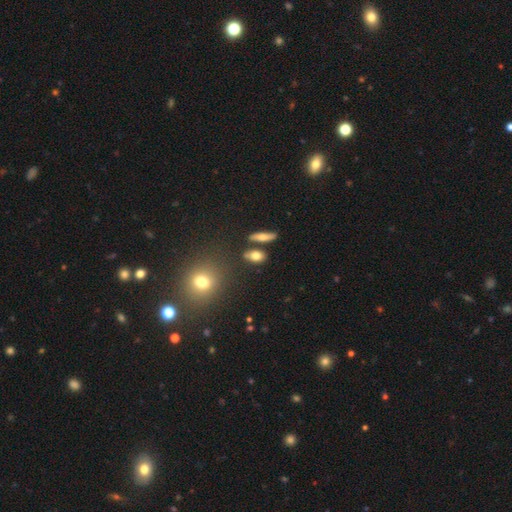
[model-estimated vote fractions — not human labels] The model was most divided on "how rounded": in between: 68%, cigar-shaped: 16%, round: 16%. More confident: smooth or featured — smooth (74%); merging — none (73%).